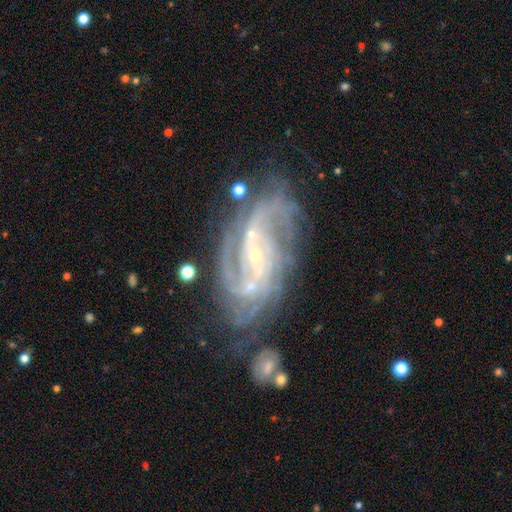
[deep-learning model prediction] The model was most divided on "spiral winding": medium: 46%, tight: 41%, loose: 13%. Remaining: spiral arms — yes (98%); edge-on disk — no (96%); smooth or featured — featured or disk (90%); bulge size — small (83%); merging — none (58%); bar — weak (39%); spiral arm count — 2 (32%).